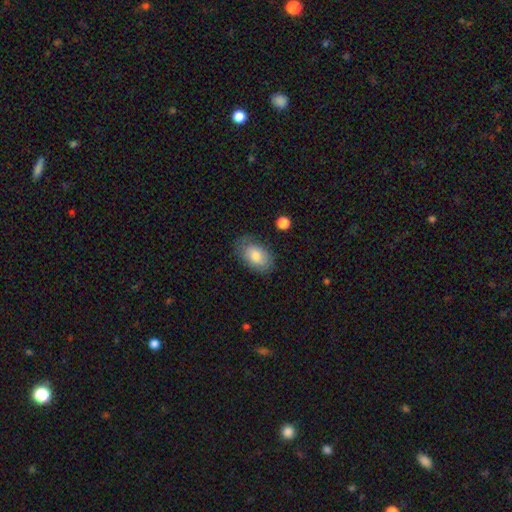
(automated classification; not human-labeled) smooth_or_featured: smooth (p=0.78) [alt: featured or disk p=0.15]
how_rounded: in between (p=0.91) [alt: round p=0.08]
merging: none (p=0.73) [alt: minor disturbance p=0.20]